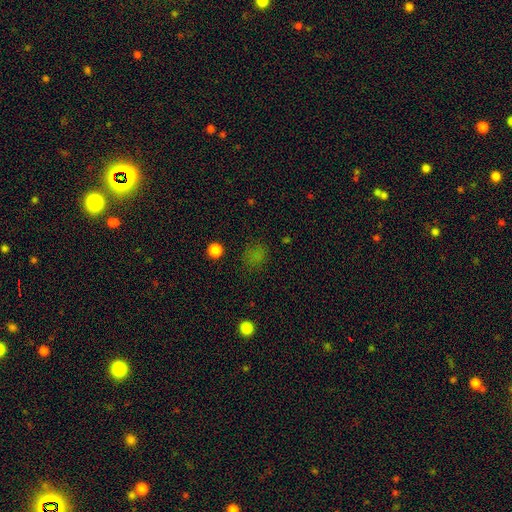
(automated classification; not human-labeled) Smooth or featured?
  - smooth: 67% *
  - star or artifact: 27%
  - featured or disk: 6%
How rounded?
  - round: 60% *
  - in between: 38%
  - cigar-shaped: 2%
Merging?
  - none: 74% *
  - minor disturbance: 16%
  - major disturbance: 8%
  - merger: 2%